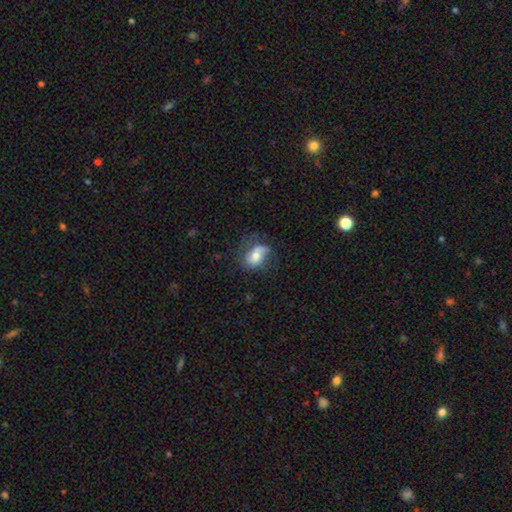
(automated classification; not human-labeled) Q: Smooth or featured?
A: smooth (50%); runner-up: featured or disk (41%)
Q: How rounded?
A: in between (74%); runner-up: round (24%)
Q: Merging?
A: none (47%); runner-up: minor disturbance (29%)